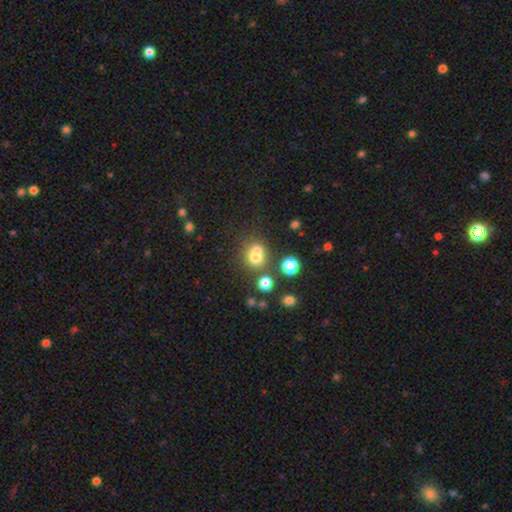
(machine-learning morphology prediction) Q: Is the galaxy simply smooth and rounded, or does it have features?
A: smooth — 69%.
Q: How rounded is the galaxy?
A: round — 75%.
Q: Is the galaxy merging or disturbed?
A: none — 42%, tied with merger.